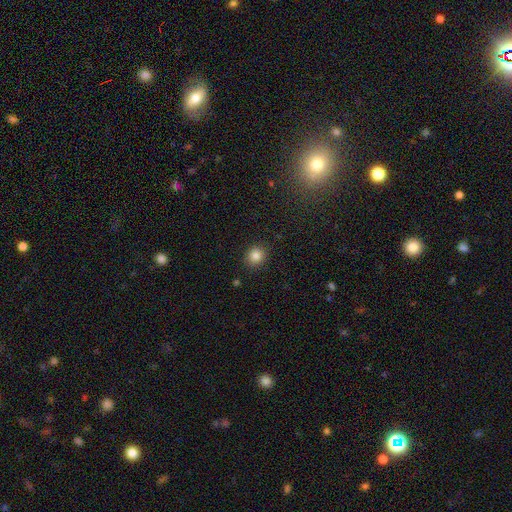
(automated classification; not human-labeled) A smooth galaxy with no disk features (85%) that is round (82%).

Vote fractions:
- Smooth or featured? smooth: 85% / star or artifact: 11% / featured or disk: 4%
- How rounded? round: 82% / in between: 17% / cigar-shaped: 1%
- Merging? none: 90% / minor disturbance: 7% / major disturbance: 2% / merger: 1%